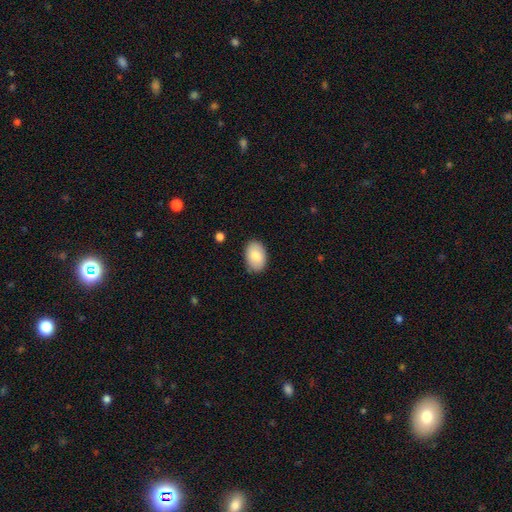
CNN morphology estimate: Q: Smooth or featured?
A: smooth (83%); runner-up: featured or disk (11%)
Q: How rounded?
A: in between (88%); runner-up: round (11%)
Q: Merging?
A: none (86%); runner-up: minor disturbance (11%)